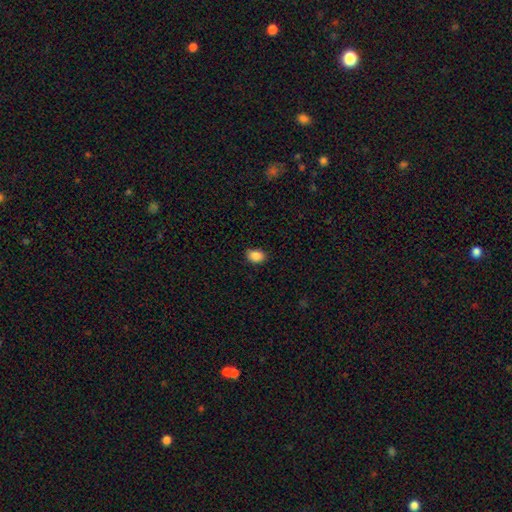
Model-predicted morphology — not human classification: This appears to be a smooth galaxy with no disk features (88%) that is in between round and cigar-shaped (70%). Merging: none (84%).